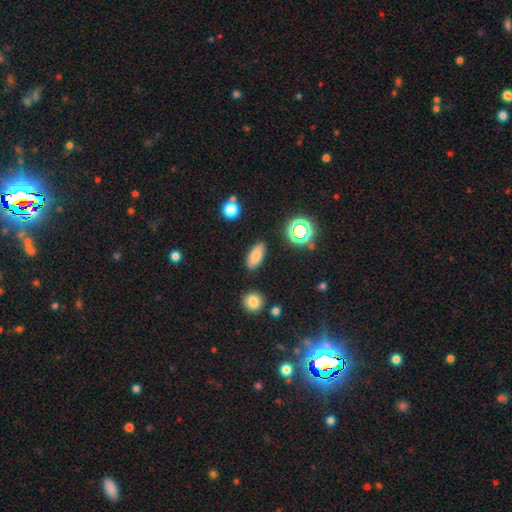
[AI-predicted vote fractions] Q: Smooth or featured?
A: smooth (79%); runner-up: star or artifact (12%)
Q: How rounded?
A: in between (83%); runner-up: cigar-shaped (12%)
Q: Merging?
A: none (85%); runner-up: minor disturbance (9%)